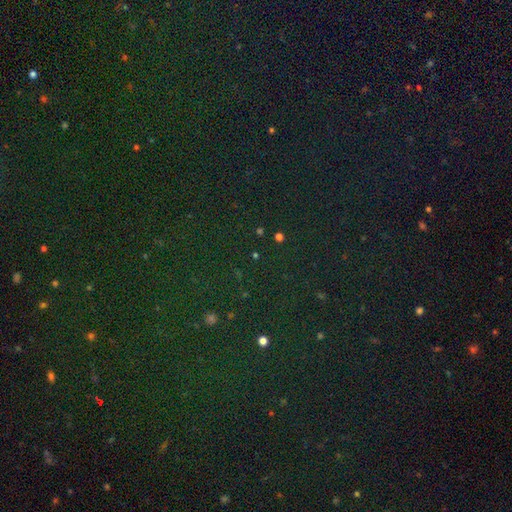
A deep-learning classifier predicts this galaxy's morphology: This appears to be a star or artifact, not a galaxy (79%).